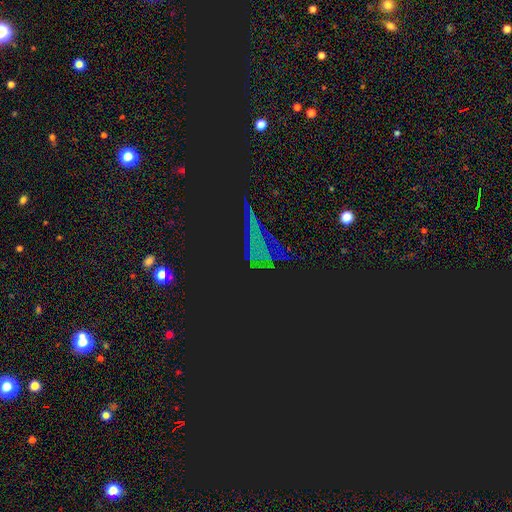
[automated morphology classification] This appears to be a star or artifact, not a galaxy (65%).